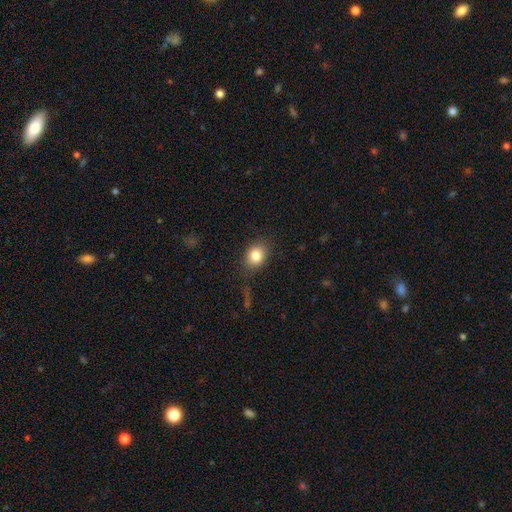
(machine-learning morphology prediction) Smooth or featured? smooth (82%)
How rounded? in between (54%)
Merging? none (80%)